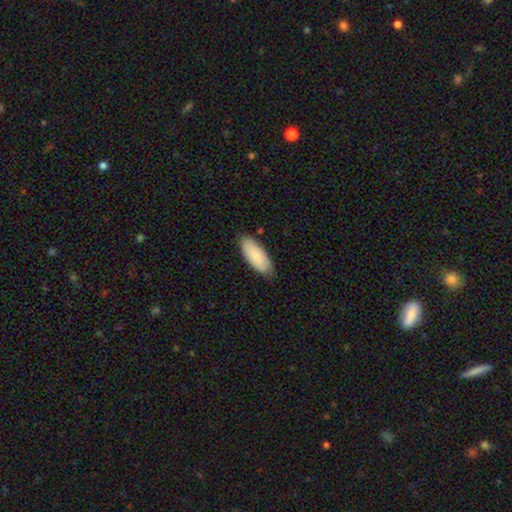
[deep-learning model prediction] smooth-or-featured: smooth: 84% | featured or disk: 11% | star or artifact: 5%
  how-rounded: in between: 83% | cigar-shaped: 16% | round: 1%
  merging: none: 79% | minor disturbance: 17% | major disturbance: 2% | merger: 1%